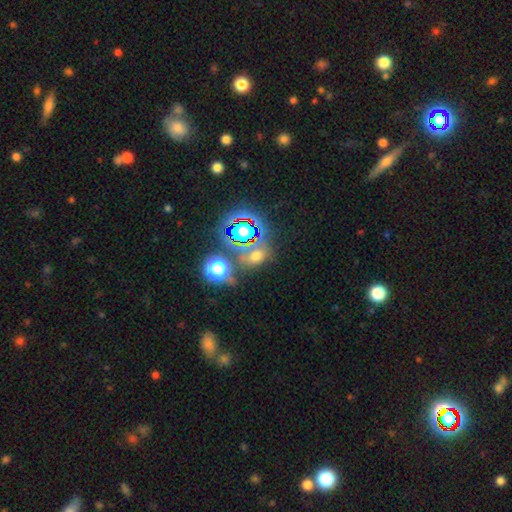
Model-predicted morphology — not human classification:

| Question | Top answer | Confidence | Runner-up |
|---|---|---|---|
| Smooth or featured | smooth | 46% | star or artifact (42%) |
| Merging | none | 60% | merger (18%) |